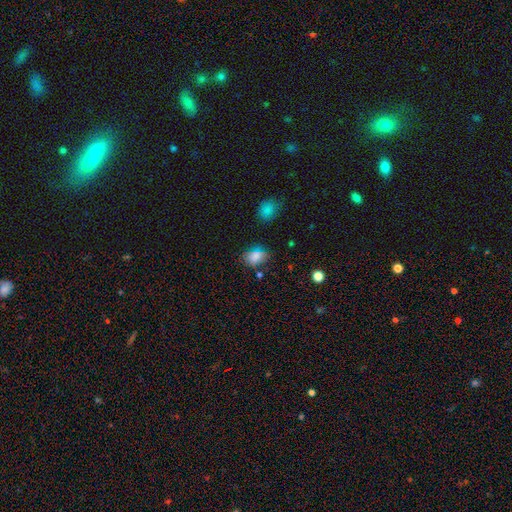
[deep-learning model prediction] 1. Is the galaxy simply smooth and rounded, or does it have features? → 81% smooth, 12% star or artifact, 7% featured or disk.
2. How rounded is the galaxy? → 72% in between, 27% round, 2% cigar-shaped.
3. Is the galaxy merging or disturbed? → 70% none, 20% minor disturbance, 5% major disturbance, 5% merger.